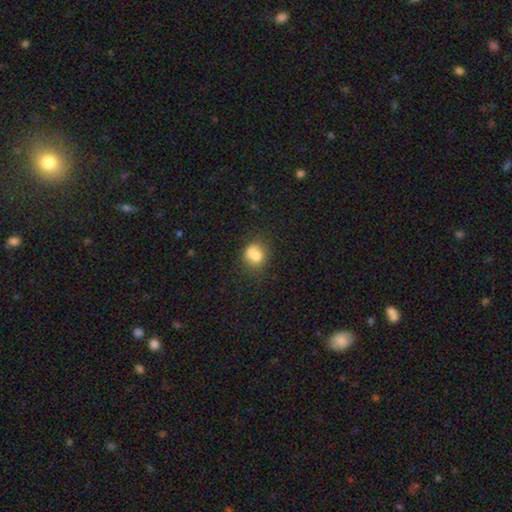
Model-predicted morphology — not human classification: Overall: smooth (71%). How rounded: round (75%). Merging: none (42%; merger 38%).